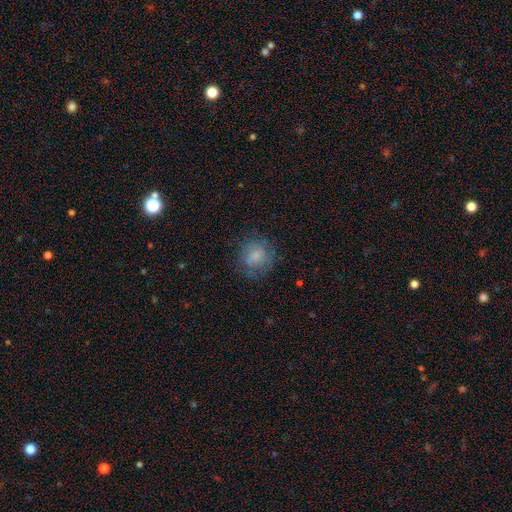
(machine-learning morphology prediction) Q: Smooth or featured?
A: smooth (71%); runner-up: featured or disk (19%)
Q: How rounded?
A: round (83%); runner-up: in between (16%)
Q: Merging?
A: none (70%); runner-up: minor disturbance (18%)